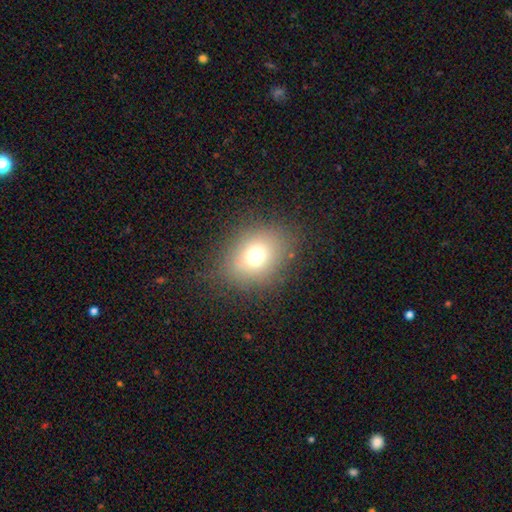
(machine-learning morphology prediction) A smooth galaxy with no disk features (70%) that is round (50%).

Vote fractions:
- Smooth or featured? smooth: 70% / star or artifact: 17% / featured or disk: 13%
- How rounded? round: 50% / in between: 49% / cigar-shaped: 1%
- Merging? none: 80% / minor disturbance: 12% / major disturbance: 7% / merger: 1%